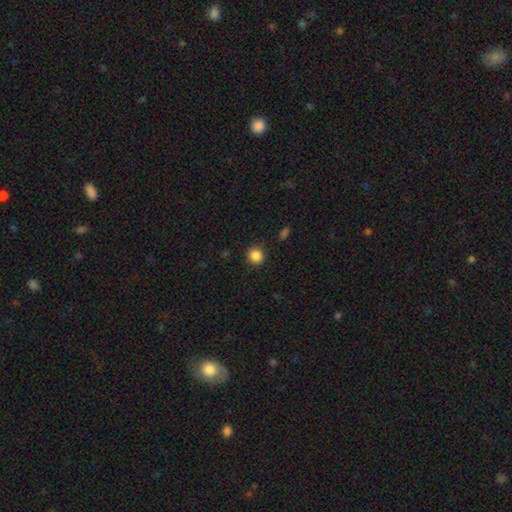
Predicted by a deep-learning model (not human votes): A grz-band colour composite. It shows a smooth galaxy with no disk features (86%) that is round (93%). Merging: none (90%).